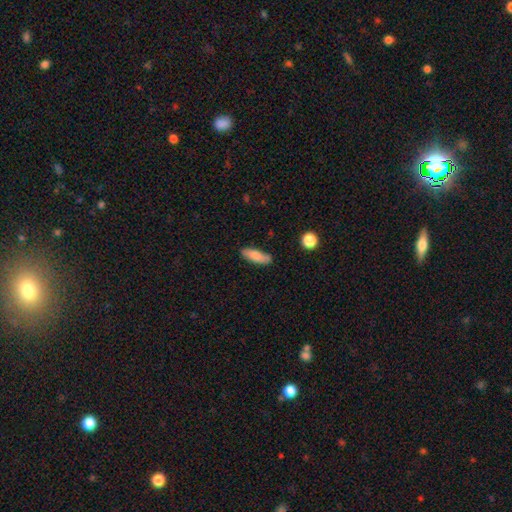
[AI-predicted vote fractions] Morphology: type=smooth (77%); roundness=in between (60%); merging=none (79%).